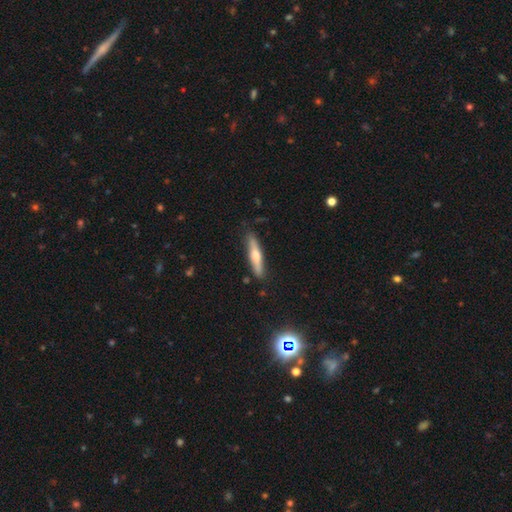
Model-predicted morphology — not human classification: A smooth galaxy with no disk features (54%) that is cigar-shaped (88%). Merging: none (84%).